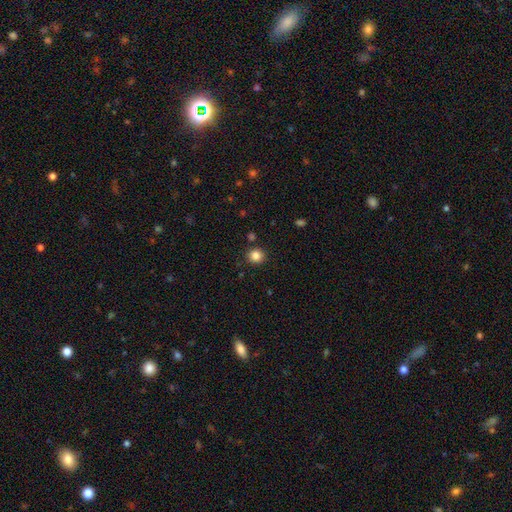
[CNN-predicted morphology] A smooth galaxy with no disk features (84%) that is round (91%).

Vote fractions:
- Smooth or featured? smooth: 84% / star or artifact: 12% / featured or disk: 4%
- How rounded? round: 91% / in between: 8% / cigar-shaped: 1%
- Merging? none: 89% / minor disturbance: 6% / merger: 3% / major disturbance: 2%